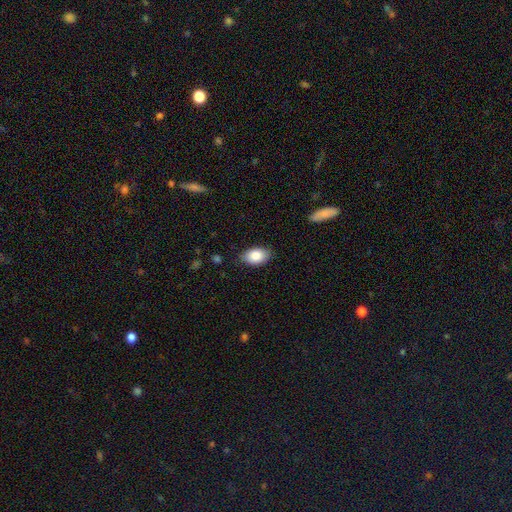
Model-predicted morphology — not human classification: The model was most divided on "merging": none: 82%, minor disturbance: 14%, major disturbance: 3%, merger: 1%. More confident: how rounded — in between (92%); smooth or featured — smooth (86%).